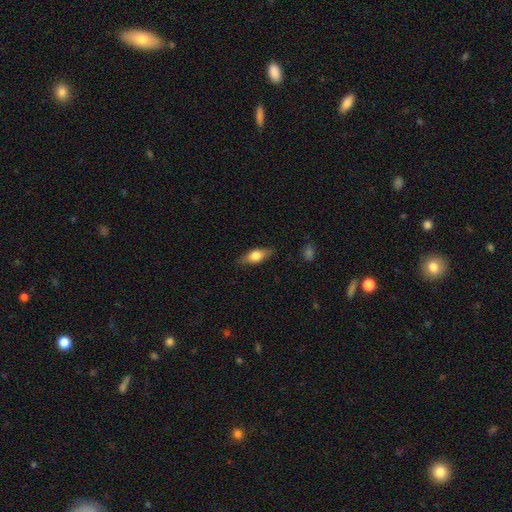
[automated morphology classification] This appears to be a smooth galaxy with no disk features (63%) that is in between round and cigar-shaped (71%). Merging: none (83%).